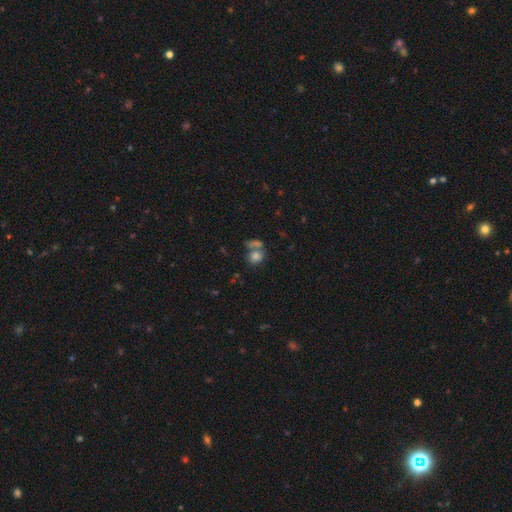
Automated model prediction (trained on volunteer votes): Overall: smooth (77%). How rounded: round (64%; in between 34%). Merging: merger (43%; none 39%).